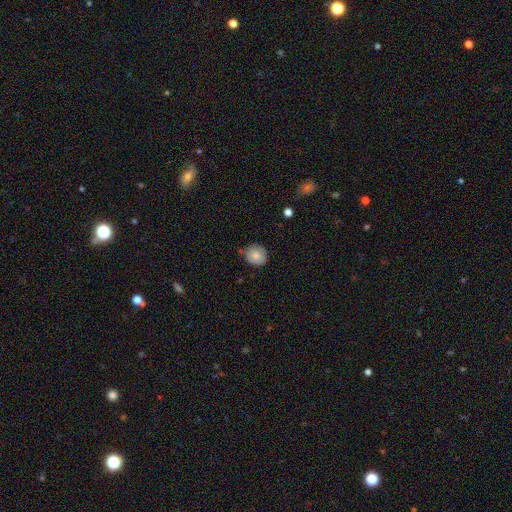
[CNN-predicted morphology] Smooth or featured? smooth (82%)
How rounded? round (83%)
Merging? none (77%)